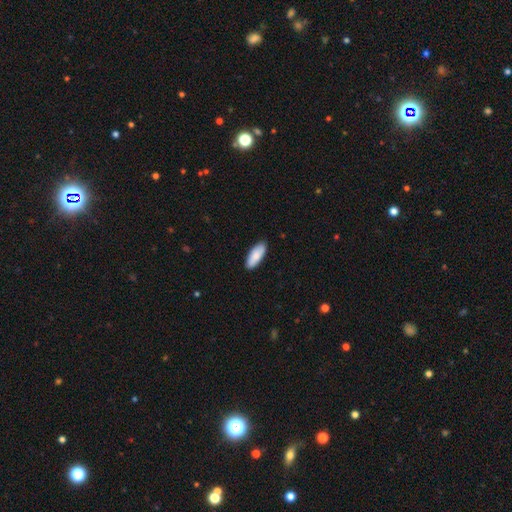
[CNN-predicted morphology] smooth_or_featured: smooth (p=0.87) [alt: featured or disk p=0.08]
how_rounded: in between (p=0.78) [alt: cigar-shaped p=0.21]
merging: none (p=0.89) [alt: minor disturbance p=0.08]